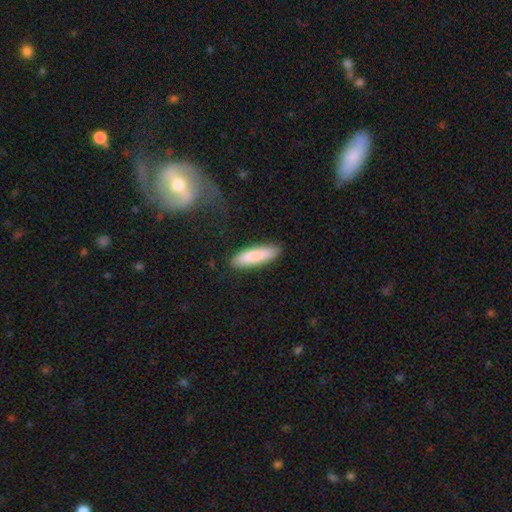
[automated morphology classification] A smooth galaxy with no disk features (86%) that is cigar-shaped (64%). Merging: none (87%).